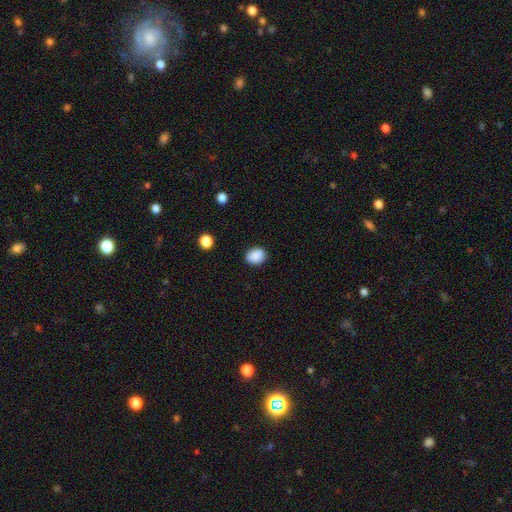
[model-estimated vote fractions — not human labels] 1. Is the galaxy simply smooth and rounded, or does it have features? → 89% smooth, 8% star or artifact, 3% featured or disk.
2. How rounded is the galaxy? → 52% in between, 47% round, 1% cigar-shaped.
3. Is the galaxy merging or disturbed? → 88% none, 9% minor disturbance, 2% major disturbance, 1% merger.